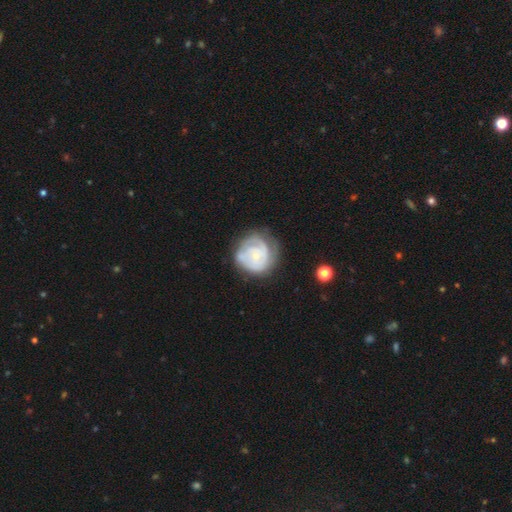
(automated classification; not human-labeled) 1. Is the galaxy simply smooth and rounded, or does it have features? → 68% featured or disk, 26% smooth, 6% star or artifact.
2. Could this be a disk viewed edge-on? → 98% no, 2% yes.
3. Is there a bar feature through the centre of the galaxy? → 78% no, 18% weak, 3% strong.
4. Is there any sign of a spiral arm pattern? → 82% yes, 18% no.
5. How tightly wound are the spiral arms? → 67% tight, 25% medium, 8% loose.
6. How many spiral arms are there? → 41% can't tell, 22% 2, 18% 3, 9% 1, 5% 4, 4% more than 4.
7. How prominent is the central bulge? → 74% small, 20% moderate, 4% none, 2% large, 1% dominant.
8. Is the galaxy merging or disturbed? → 56% none, 26% minor disturbance, 16% major disturbance, 3% merger.